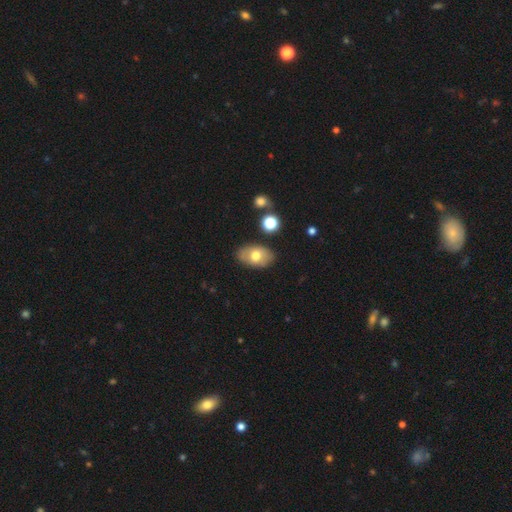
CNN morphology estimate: Q: Smooth or featured?
A: smooth (67%); runner-up: featured or disk (26%)
Q: How rounded?
A: in between (89%); runner-up: round (9%)
Q: Merging?
A: none (84%); runner-up: minor disturbance (11%)